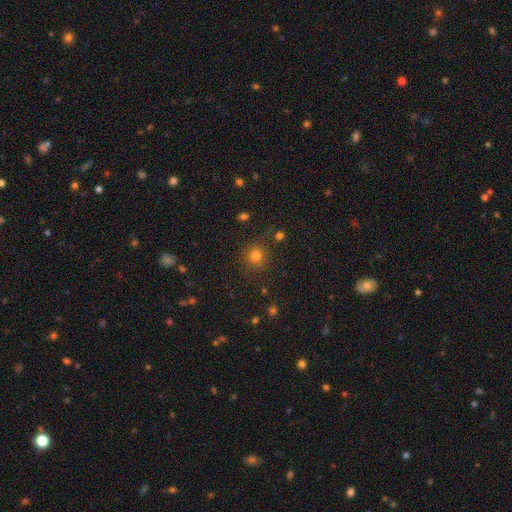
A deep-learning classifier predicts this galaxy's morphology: Q: Smooth or featured?
A: smooth (78%); runner-up: star or artifact (16%)
Q: How rounded?
A: round (91%); runner-up: in between (8%)
Q: Merging?
A: none (85%); runner-up: minor disturbance (8%)